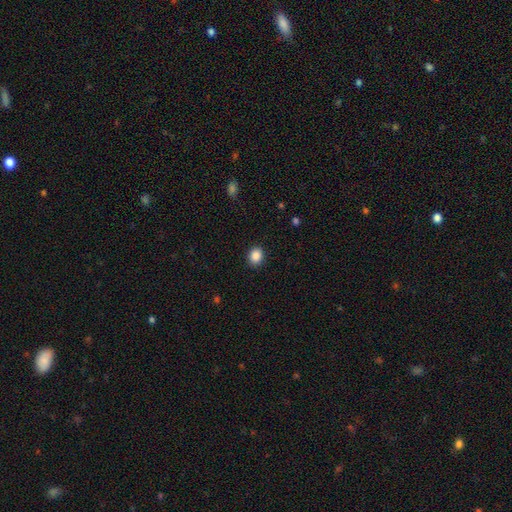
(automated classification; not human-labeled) smooth-or-featured: smooth: 88% | star or artifact: 9% | featured or disk: 3%
  how-rounded: round: 61% | in between: 38% | cigar-shaped: 1%
  merging: none: 91% | minor disturbance: 6% | major disturbance: 2% | merger: 1%